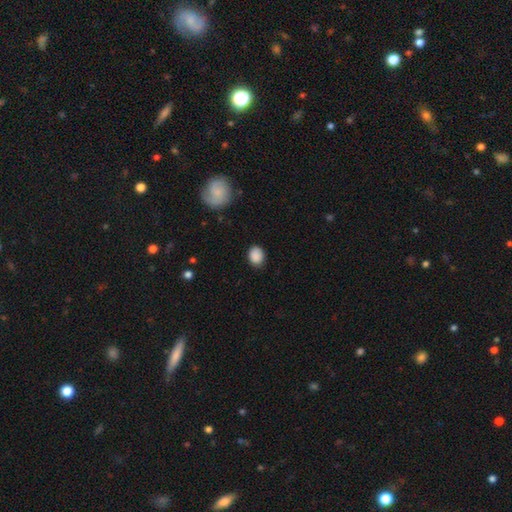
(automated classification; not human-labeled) The model was most divided on "how rounded": in between: 53%, round: 46%, cigar-shaped: 1%. More confident: smooth or featured — smooth (88%); merging — none (82%).